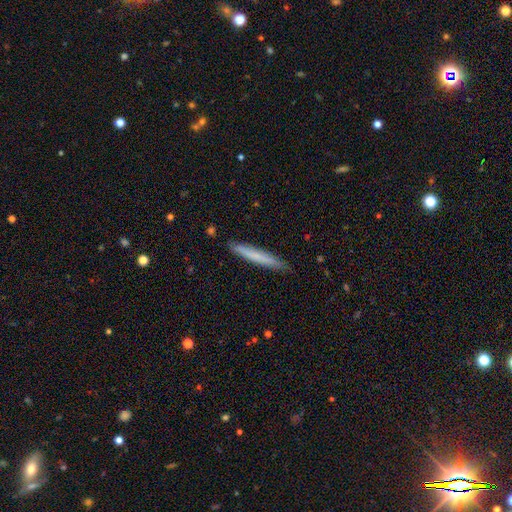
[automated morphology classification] This is likely a smooth galaxy (66%). How rounded: clearly cigar-shaped (96%). Merging: clearly none (88%).